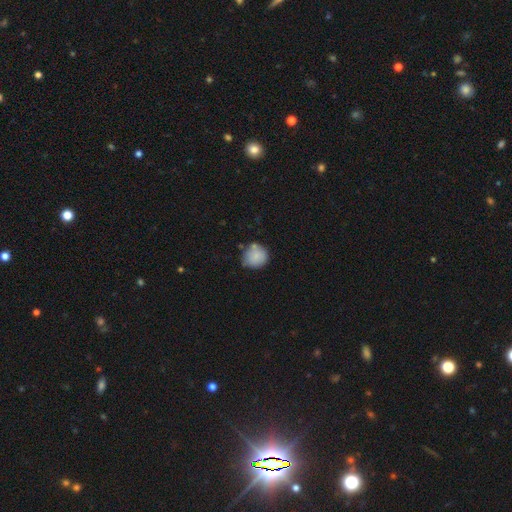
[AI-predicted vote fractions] smooth_or_featured: smooth (p=0.81) [alt: featured or disk p=0.11]
how_rounded: round (p=0.87) [alt: in between p=0.12]
merging: none (p=0.61) [alt: minor disturbance p=0.26]